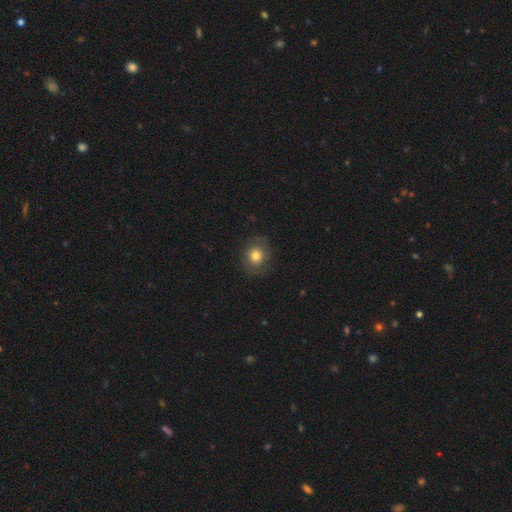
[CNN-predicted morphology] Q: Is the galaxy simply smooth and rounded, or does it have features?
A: smooth — 72%.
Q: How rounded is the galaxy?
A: round — 82%.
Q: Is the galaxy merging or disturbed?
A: none — 81%.